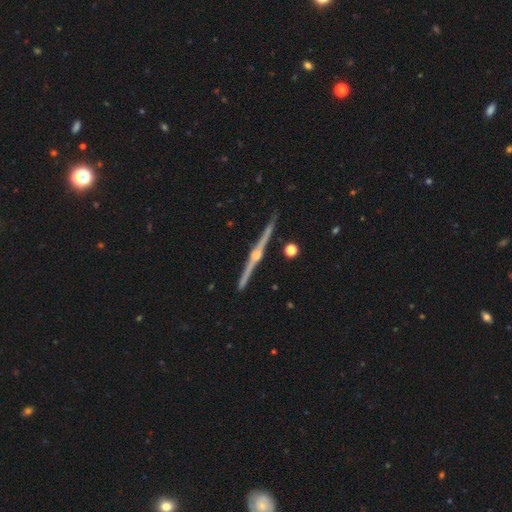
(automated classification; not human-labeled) Smooth or featured? featured or disk (89%)
Edge-on disk? yes (99%)
Edge-on bulge? rounded (90%)
Merging? none (91%)